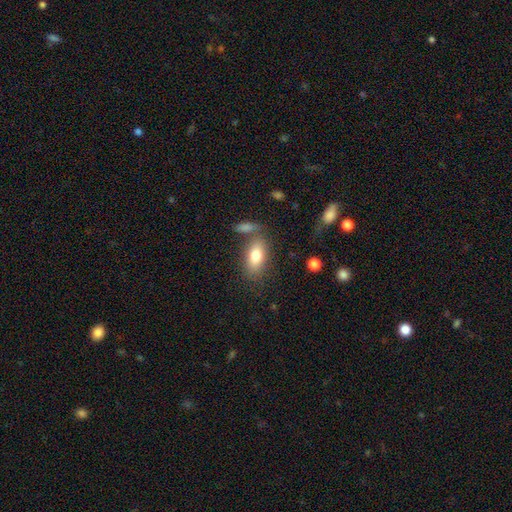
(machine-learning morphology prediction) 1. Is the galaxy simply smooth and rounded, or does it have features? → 79% smooth, 14% featured or disk, 7% star or artifact.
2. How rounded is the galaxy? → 88% in between, 7% cigar-shaped, 5% round.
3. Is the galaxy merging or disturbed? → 66% none, 15% merger, 14% minor disturbance, 5% major disturbance.